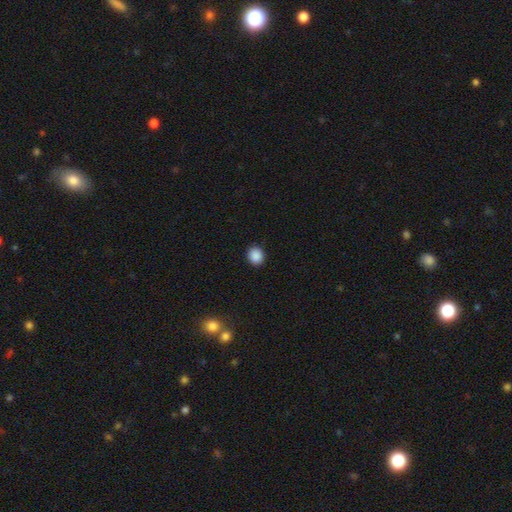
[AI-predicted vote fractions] This appears to be a smooth galaxy with no disk features (89%) that is round (77%). Merging: none (91%).